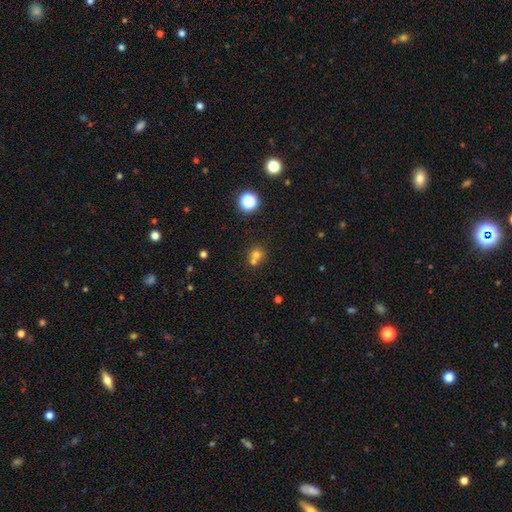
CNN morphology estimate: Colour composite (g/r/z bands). It shows a smooth galaxy with no disk features (69%) that is round (84%). Merging: merger (47%).